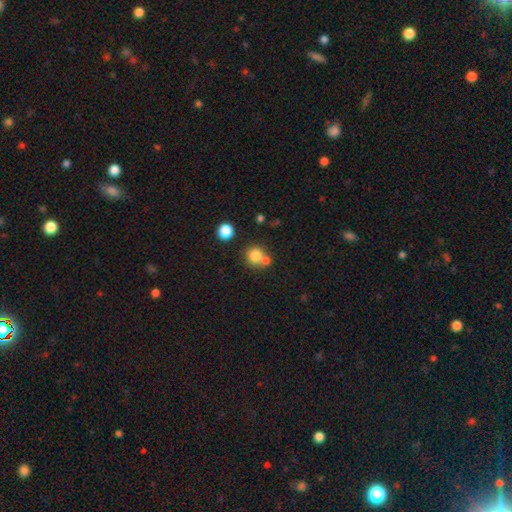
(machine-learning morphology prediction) A smooth galaxy with no disk features (79%) that is round (90%). Merging: none (58%).